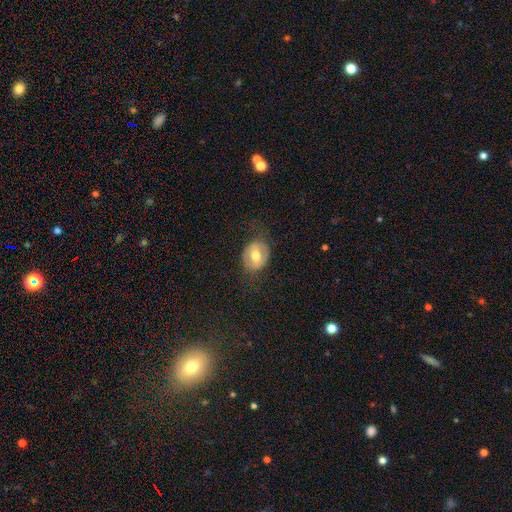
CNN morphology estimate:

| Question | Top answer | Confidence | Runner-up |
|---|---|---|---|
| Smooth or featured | smooth | 50% | featured or disk (43%) |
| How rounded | round | 52% | in between (47%) |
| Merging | none | 69% | minor disturbance (18%) |